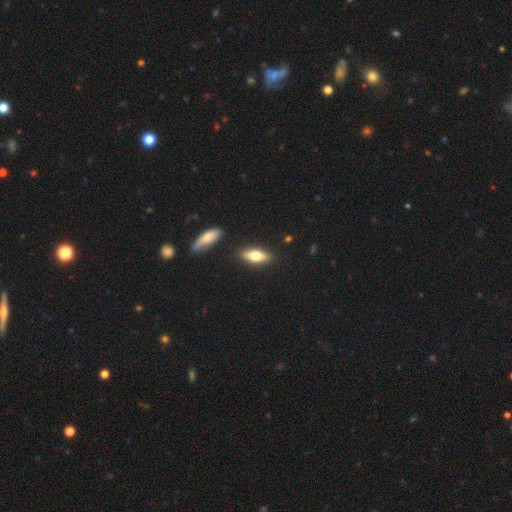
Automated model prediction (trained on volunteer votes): Smooth or featured? Predicted: smooth (p=0.59). How rounded? Predicted: in between (p=0.64). Merging? Predicted: none (p=0.85).